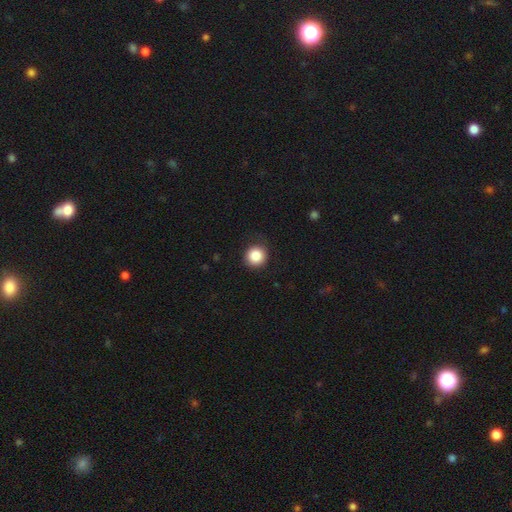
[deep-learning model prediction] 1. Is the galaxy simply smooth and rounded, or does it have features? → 86% smooth, 10% star or artifact, 4% featured or disk.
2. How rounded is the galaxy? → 93% round, 6% in between, 1% cigar-shaped.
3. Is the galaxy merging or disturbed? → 86% none, 10% minor disturbance, 3% major disturbance, 1% merger.